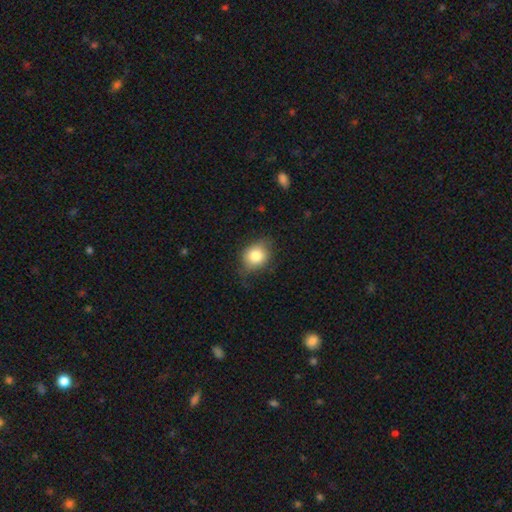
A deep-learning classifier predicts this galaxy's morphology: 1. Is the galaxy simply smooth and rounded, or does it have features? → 81% smooth, 10% featured or disk, 9% star or artifact.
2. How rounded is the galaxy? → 55% round, 43% in between, 1% cigar-shaped.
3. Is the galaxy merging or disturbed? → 66% none, 26% minor disturbance, 6% major disturbance, 1% merger.